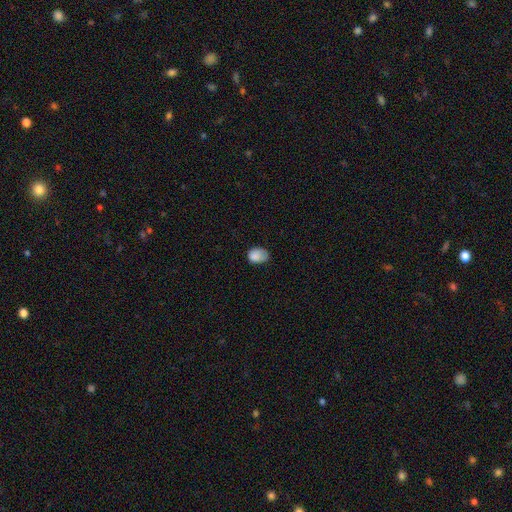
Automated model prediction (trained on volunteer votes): smooth_or_featured: smooth (p=0.84) [alt: star or artifact p=0.09]
how_rounded: in between (p=0.66) [alt: round p=0.33]
merging: none (p=0.50) [alt: minor disturbance p=0.36]